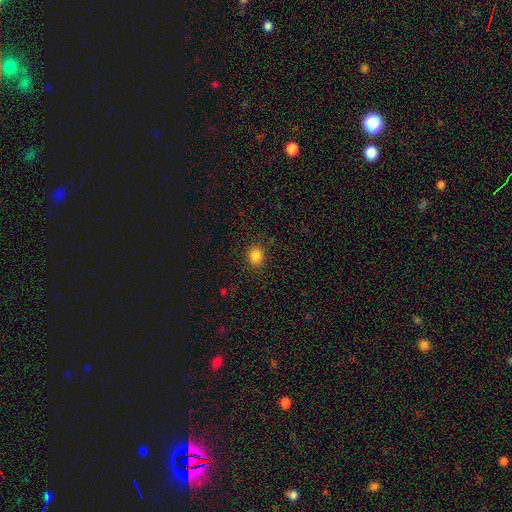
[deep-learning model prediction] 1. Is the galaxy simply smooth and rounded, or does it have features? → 84% smooth, 11% star or artifact, 5% featured or disk.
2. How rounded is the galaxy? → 67% round, 32% in between, 1% cigar-shaped.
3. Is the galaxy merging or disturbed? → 88% none, 9% minor disturbance, 3% major disturbance, 1% merger.